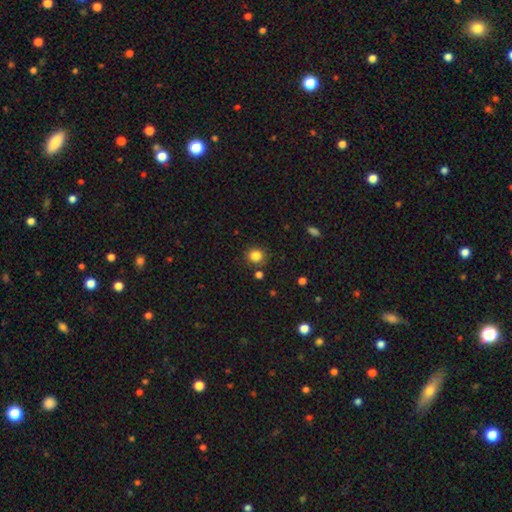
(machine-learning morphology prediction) The model was most divided on "smooth or featured": smooth: 83%, star or artifact: 12%, featured or disk: 5%. More confident: how rounded — round (87%); merging — none (84%).